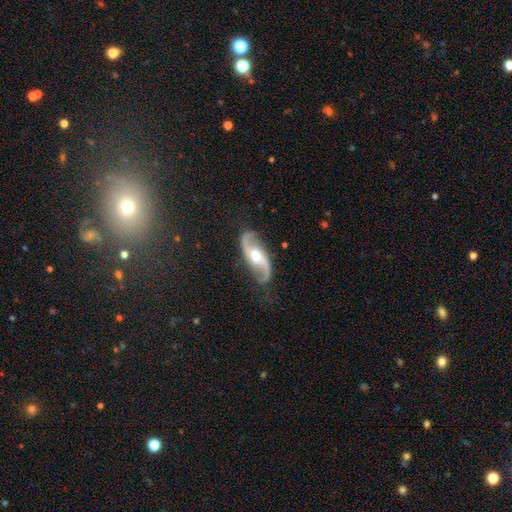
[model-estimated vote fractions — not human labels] Smooth or featured?
  - featured or disk: 91% *
  - smooth: 5%
  - star or artifact: 4%
Edge-on disk?
  - no: 96% *
  - yes: 4%
Bar?
  - no: 49% *
  - weak: 36%
  - strong: 15%
Spiral arms?
  - yes: 97% *
  - no: 3%
Spiral winding?
  - loose: 60% *
  - medium: 32%
  - tight: 8%
Spiral arm count?
  - 2: 94% *
  - can't tell: 2%
  - 1: 1%
  - 3: 1%
  - 4: 1%
  - more than 4: 1%
Bulge size?
  - moderate: 69% *
  - small: 14%
  - large: 14%
  - none: 2%
  - dominant: 1%
Merging?
  - none: 81% *
  - minor disturbance: 13%
  - major disturbance: 5%
  - merger: 1%